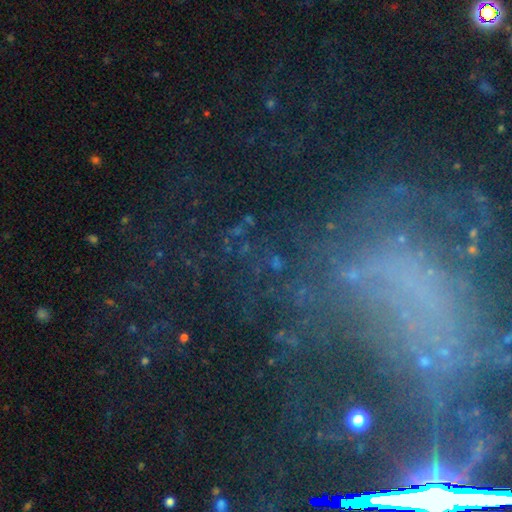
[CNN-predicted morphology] Smooth or featured?
  - featured or disk: 43% *
  - star or artifact: 42%
  - smooth: 14%
Merging?
  - none: 55% *
  - major disturbance: 23%
  - minor disturbance: 15%
  - merger: 6%